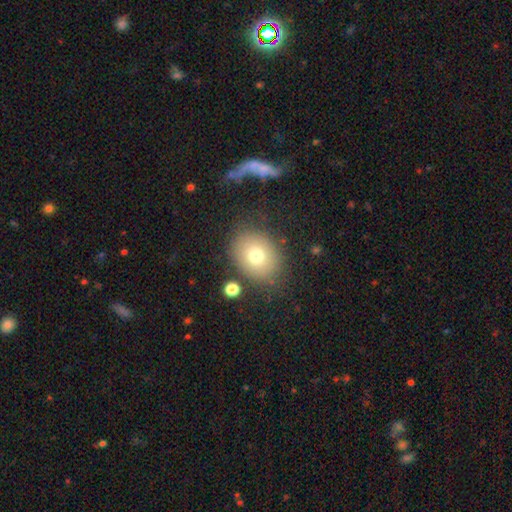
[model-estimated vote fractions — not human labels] A smooth galaxy with no disk features (73%) that is round (50%, tied with in between). Merging: none (78%).